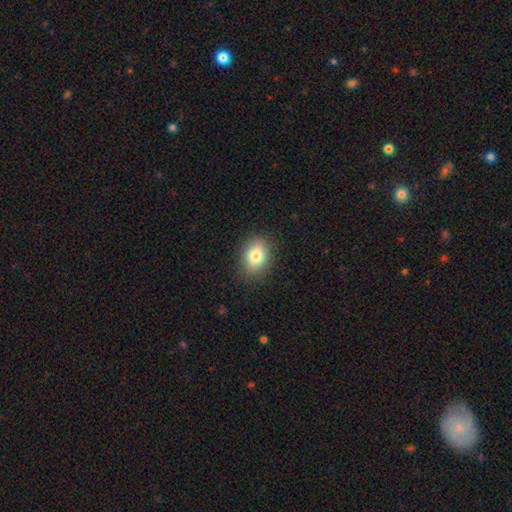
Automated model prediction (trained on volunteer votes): Q: Smooth or featured?
A: smooth (82%); runner-up: featured or disk (9%)
Q: How rounded?
A: in between (68%); runner-up: round (31%)
Q: Merging?
A: none (87%); runner-up: minor disturbance (9%)